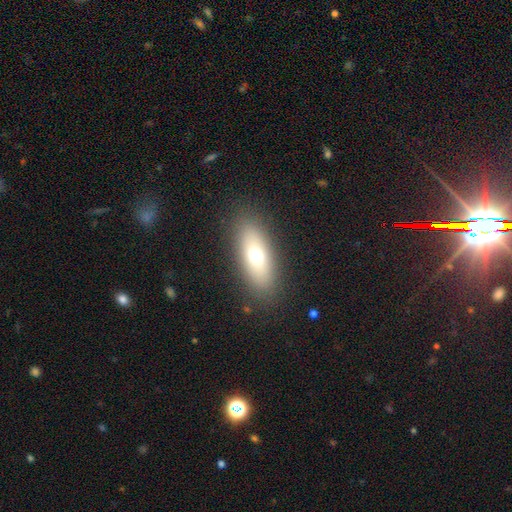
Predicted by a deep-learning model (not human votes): smooth_or_featured: smooth (p=0.67) [alt: featured or disk p=0.23]
how_rounded: in between (p=0.75) [alt: cigar-shaped p=0.20]
merging: none (p=0.86) [alt: minor disturbance p=0.09]